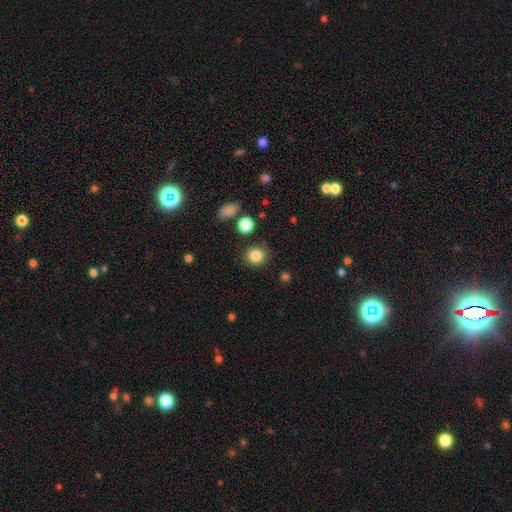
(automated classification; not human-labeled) smooth_or_featured: smooth (p=0.85) [alt: star or artifact p=0.11]
how_rounded: round (p=0.87) [alt: in between p=0.12]
merging: none (p=0.85) [alt: minor disturbance p=0.09]